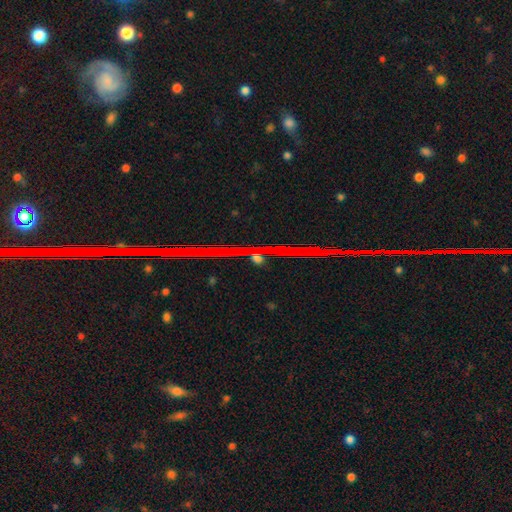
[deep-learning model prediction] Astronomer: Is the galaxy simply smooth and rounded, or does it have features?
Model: star or artifact — 81%.